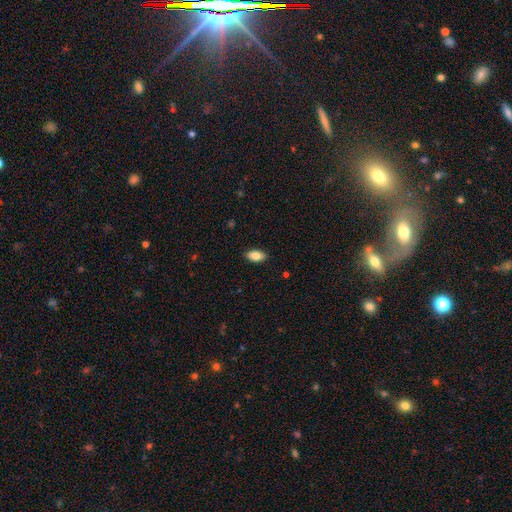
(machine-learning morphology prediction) A smooth galaxy with no disk features (85%) that is in between round and cigar-shaped (93%).

Vote fractions:
- Smooth or featured? smooth: 85% / featured or disk: 8% / star or artifact: 7%
- How rounded? in between: 93% / round: 4% / cigar-shaped: 3%
- Merging? none: 89% / minor disturbance: 8% / major disturbance: 2% / merger: 1%